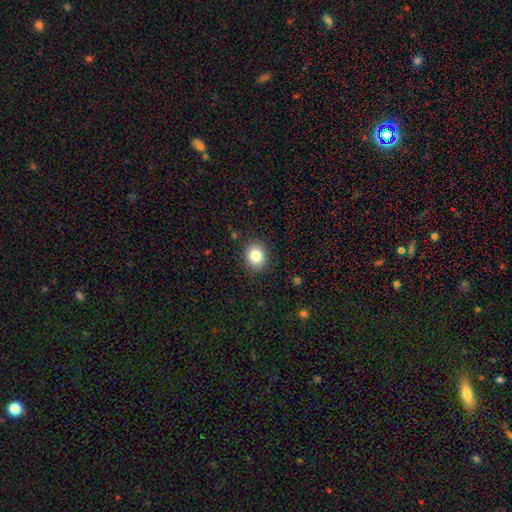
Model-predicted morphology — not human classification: This appears to be a smooth galaxy with no disk features (84%) that is round (62%). Merging: none (88%).